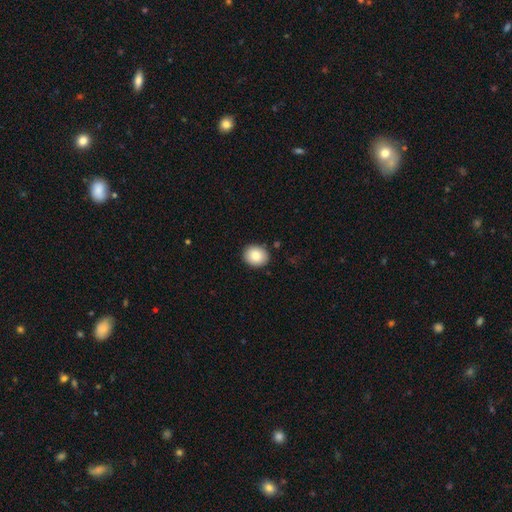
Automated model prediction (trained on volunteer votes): Smooth or featured?
  - smooth: 86% *
  - star or artifact: 8%
  - featured or disk: 6%
How rounded?
  - round: 67% *
  - in between: 32%
  - cigar-shaped: 1%
Merging?
  - none: 88% *
  - minor disturbance: 8%
  - major disturbance: 2%
  - merger: 2%